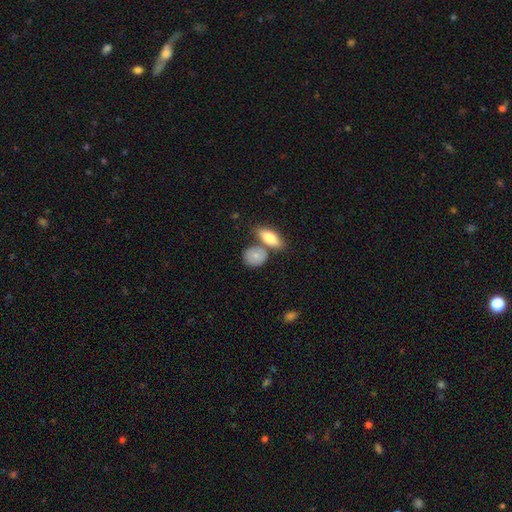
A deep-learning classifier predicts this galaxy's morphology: This appears to be a smooth galaxy with no disk features (79%) that is in between round and cigar-shaped (49%). Merging: none (57%).